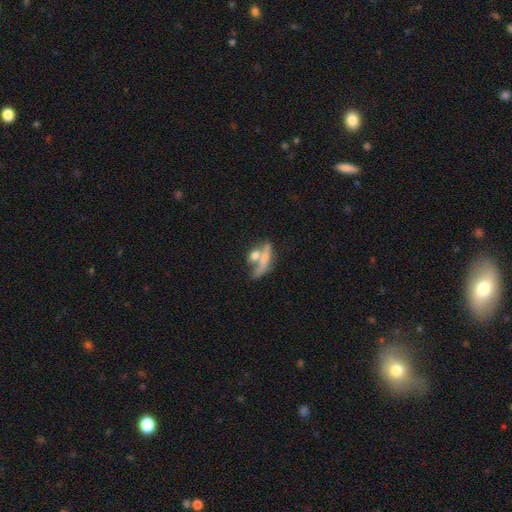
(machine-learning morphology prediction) Overall: smooth (55%; featured or disk 34%). How rounded: cigar-shaped (49%; in between 37%). Merging: merger (44%; none 35%).